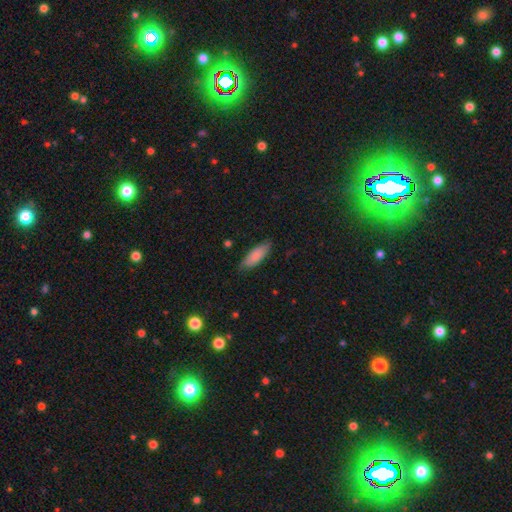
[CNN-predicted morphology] smooth 83%, featured or disk 12%, star or artifact 5%. Down the decision tree: how rounded — in between (68%); merging — none (82%).